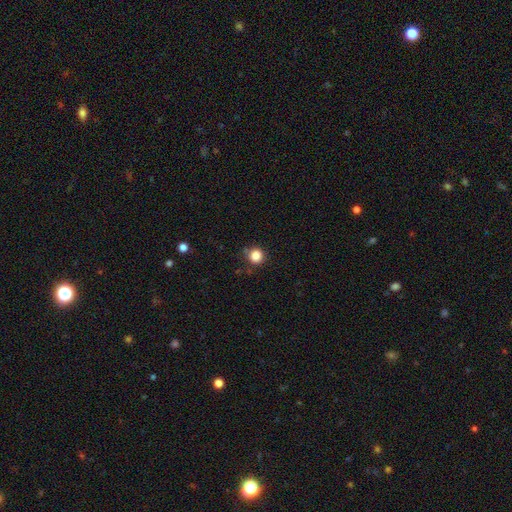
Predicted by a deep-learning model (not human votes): smooth_or_featured: smooth (p=0.85) [alt: star or artifact p=0.12]
how_rounded: round (p=0.92) [alt: in between p=0.07]
merging: none (p=0.81) [alt: minor disturbance p=0.13]